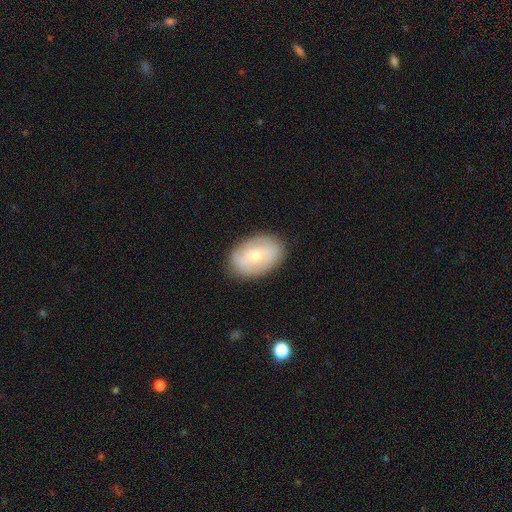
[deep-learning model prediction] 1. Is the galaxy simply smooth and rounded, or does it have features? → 48% smooth, 46% featured or disk, 7% star or artifact.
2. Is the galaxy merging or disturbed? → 84% none, 12% minor disturbance, 3% major disturbance, 1% merger.